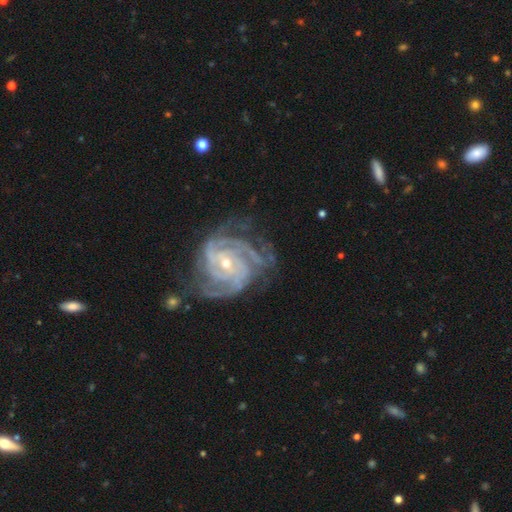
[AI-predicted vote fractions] A featured or disk galaxy (92%) with no bar (59%), 4 (31%) tight (72%) spiral arms (98%) and a small central bulge (62%). Merging: none (66%).